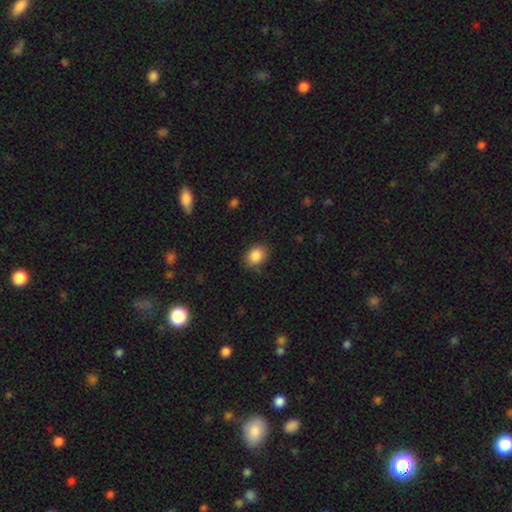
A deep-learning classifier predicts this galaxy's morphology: Overall: smooth (88%). How rounded: in between (67%; round 32%). Merging: none (84%).